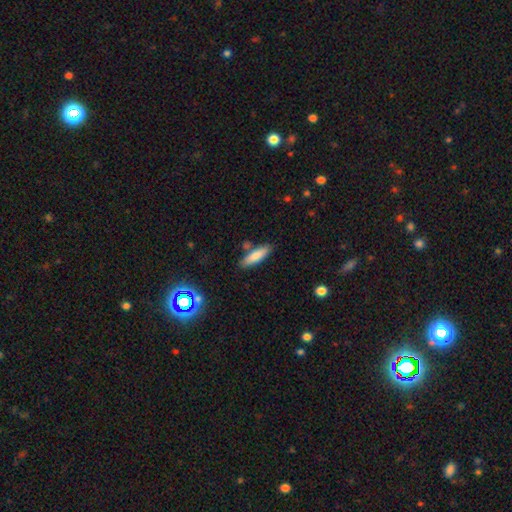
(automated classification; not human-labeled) This appears to be a smooth galaxy with no disk features (80%) that is cigar-shaped (61%). Merging: none (79%).